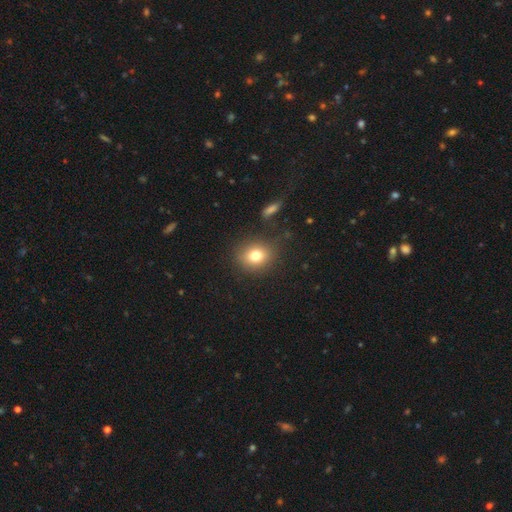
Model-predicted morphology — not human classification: Smooth or featured? smooth (77%)
How rounded? round (70%)
Merging? none (83%)